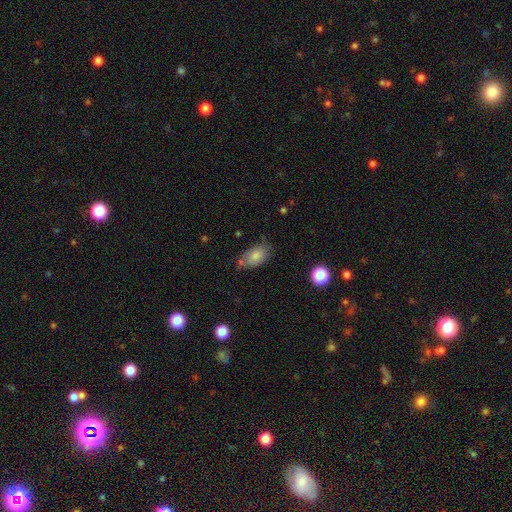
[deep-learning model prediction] Smooth or featured: smooth — 76% (featured or disk — 16%)
How rounded: in between — 90% (round — 7%)
Merging: none — 58% (minor disturbance — 27%)